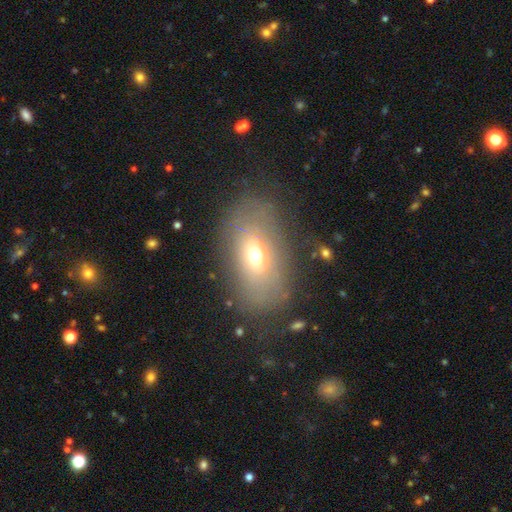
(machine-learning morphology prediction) The model was most divided on "smooth or featured": smooth: 57%, featured or disk: 31%, star or artifact: 12%. More confident: how rounded — in between (85%); merging — none (73%).